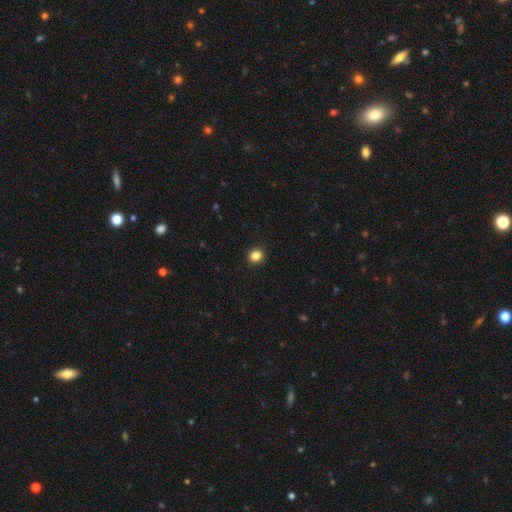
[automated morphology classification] Smooth or featured? Predicted: smooth (p=0.85). How rounded? Predicted: round (p=0.76). Merging? Predicted: none (p=0.92).